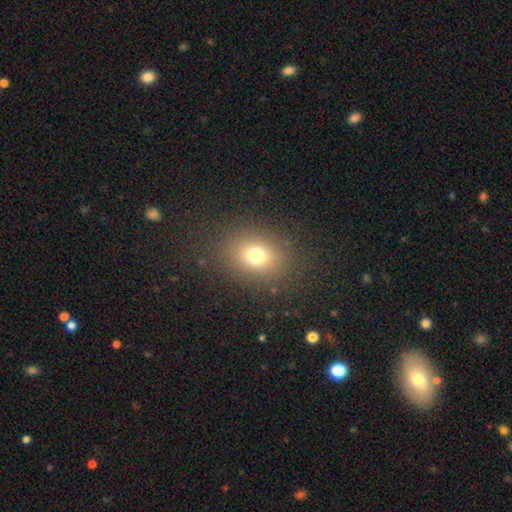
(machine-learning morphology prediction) This appears to be a smooth galaxy with no disk features (72%) that is round (53%). Merging: none (84%).